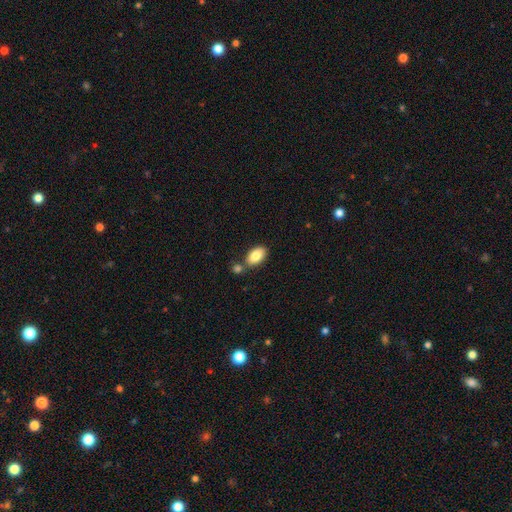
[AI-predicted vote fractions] Smooth or featured? smooth (84%)
How rounded? in between (94%)
Merging? none (65%)